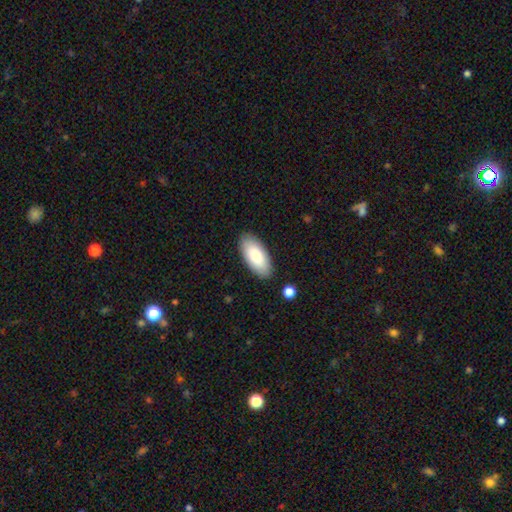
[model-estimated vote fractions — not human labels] This appears to be a smooth galaxy with no disk features (83%) that is in between round and cigar-shaped (90%). Merging: none (87%).